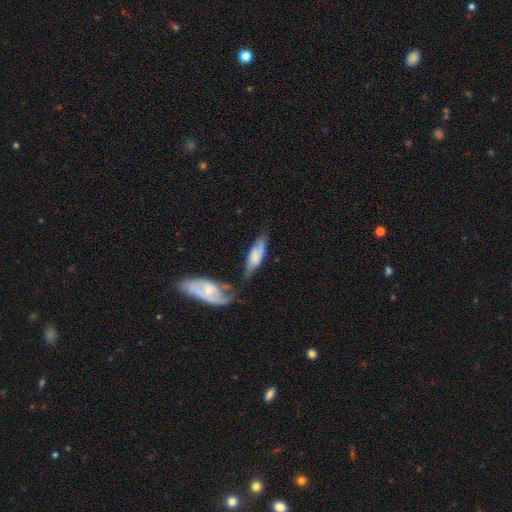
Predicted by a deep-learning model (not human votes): The model was most divided on "how rounded": in between: 52%, cigar-shaped: 46%, round: 2%. Remaining: smooth or featured — smooth (55%); merging — none (44%).